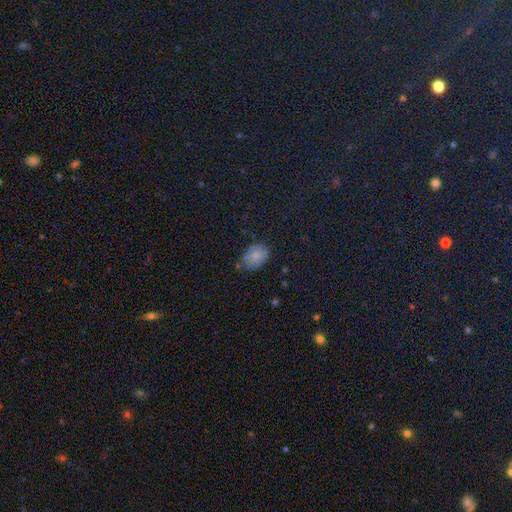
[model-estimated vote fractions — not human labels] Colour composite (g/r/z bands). It shows a smooth galaxy with no disk features (75%) that is in between round and cigar-shaped (73%). Merging: none (61%).